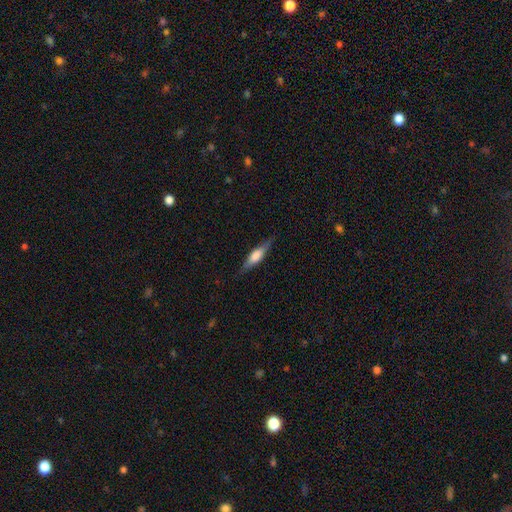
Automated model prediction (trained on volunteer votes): smooth_or_featured: featured or disk (p=0.52) [alt: smooth p=0.41]
disk_edge_on: yes (p=0.95) [alt: no p=0.05]
merging: none (p=0.85) [alt: minor disturbance p=0.11]